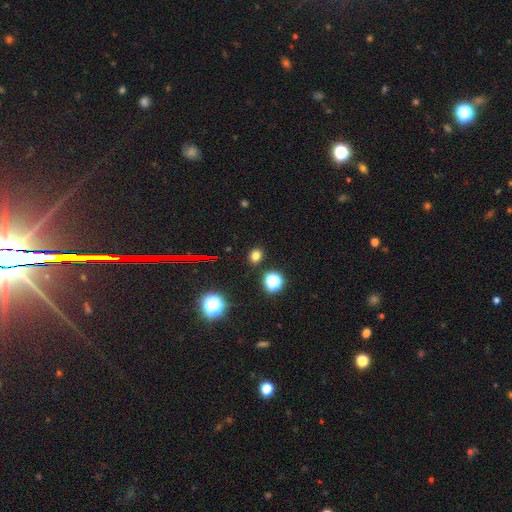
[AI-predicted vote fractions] A smooth galaxy with no disk features (75%) that is round (60%). Merging: none (89%).